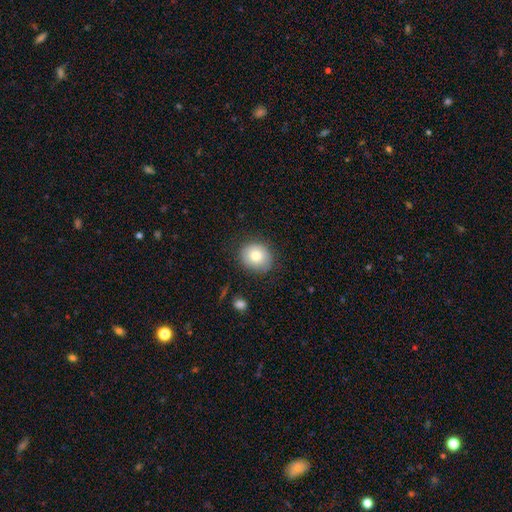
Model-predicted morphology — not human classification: smooth-or-featured: smooth: 76% | featured or disk: 15% | star or artifact: 9%
  how-rounded: round: 76% | in between: 23% | cigar-shaped: 1%
  merging: none: 81% | minor disturbance: 13% | major disturbance: 4% | merger: 1%